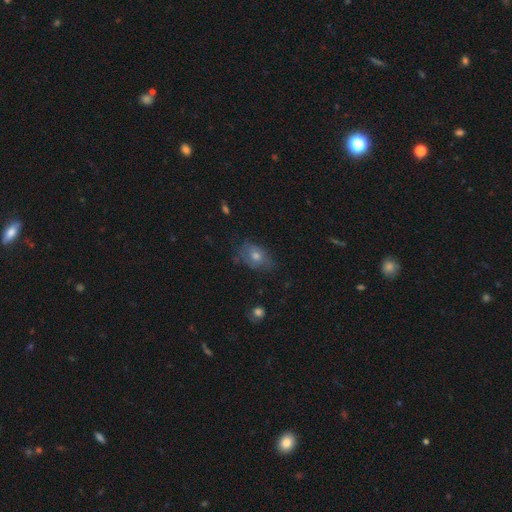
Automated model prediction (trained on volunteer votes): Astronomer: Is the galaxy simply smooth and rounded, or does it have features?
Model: smooth — 62%.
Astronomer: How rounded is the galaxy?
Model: in between — 79%.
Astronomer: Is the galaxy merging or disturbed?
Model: none — 56%.